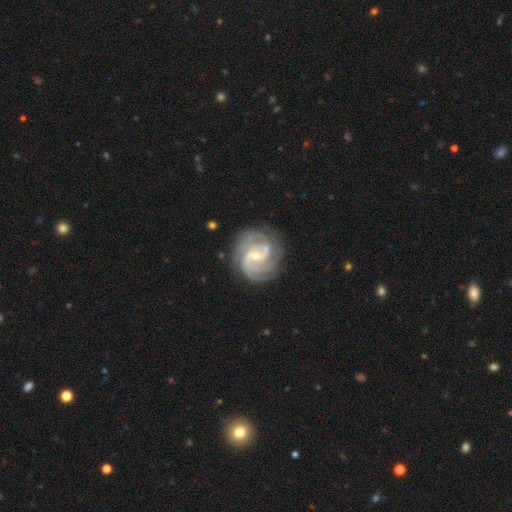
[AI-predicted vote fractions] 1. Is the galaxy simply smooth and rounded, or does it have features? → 91% featured or disk, 5% star or artifact, 4% smooth.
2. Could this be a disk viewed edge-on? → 98% no, 2% yes.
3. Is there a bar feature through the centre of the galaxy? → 48% no, 40% weak, 13% strong.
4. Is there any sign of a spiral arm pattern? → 98% yes, 2% no.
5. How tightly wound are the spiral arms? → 68% tight, 28% medium, 4% loose.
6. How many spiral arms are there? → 32% 3, 22% 4, 18% 2, 15% can't tell, 7% more than 4, 6% 1.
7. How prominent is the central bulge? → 62% small, 34% moderate, 1% large, 1% none, 1% dominant.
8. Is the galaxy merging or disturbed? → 77% none, 15% minor disturbance, 5% major disturbance, 4% merger.